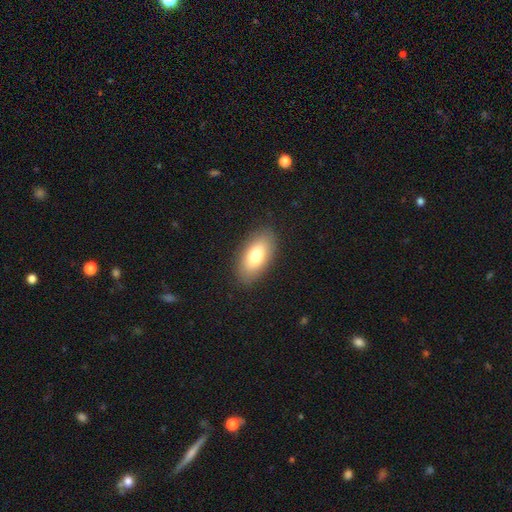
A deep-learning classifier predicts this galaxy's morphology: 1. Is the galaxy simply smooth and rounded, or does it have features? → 78% smooth, 15% featured or disk, 7% star or artifact.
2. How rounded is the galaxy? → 92% in between, 5% cigar-shaped, 4% round.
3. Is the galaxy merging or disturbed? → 87% none, 10% minor disturbance, 3% major disturbance, 1% merger.